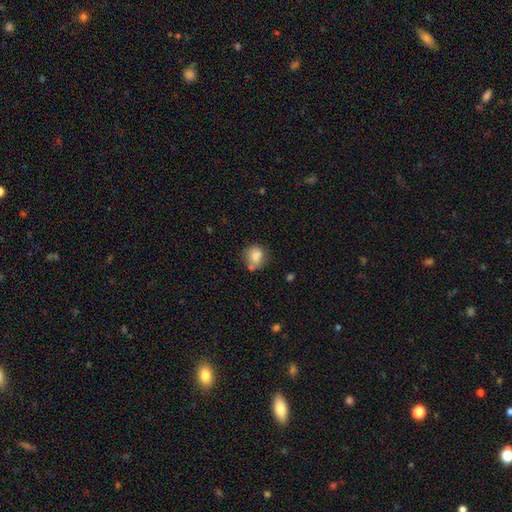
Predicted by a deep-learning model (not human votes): smooth-or-featured: smooth: 79% | featured or disk: 11% | star or artifact: 10%
  how-rounded: round: 70% | in between: 29% | cigar-shaped: 1%
  merging: none: 58% | minor disturbance: 21% | merger: 16% | major disturbance: 6%